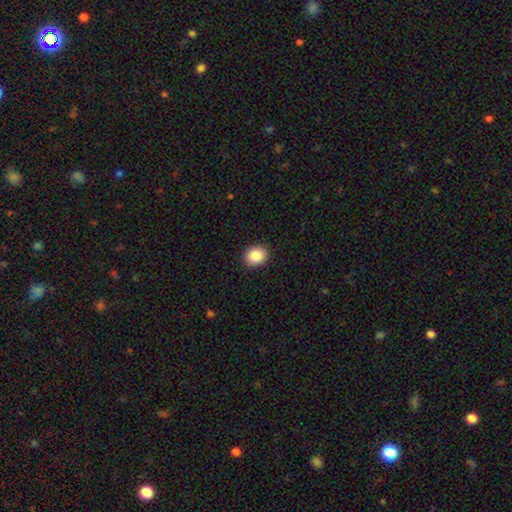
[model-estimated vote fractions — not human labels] This is clearly a smooth galaxy (87%). How rounded: likely round (60%). Merging: clearly none (91%).